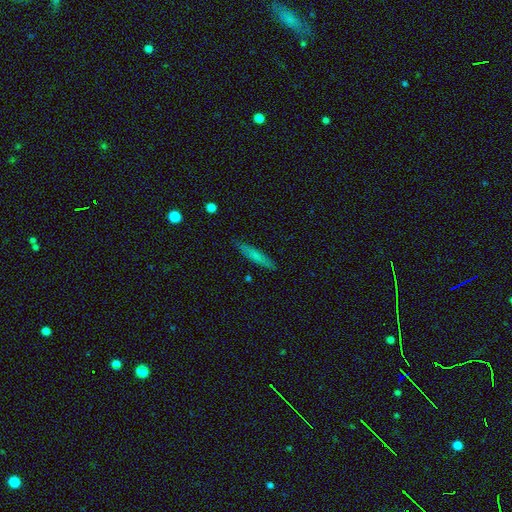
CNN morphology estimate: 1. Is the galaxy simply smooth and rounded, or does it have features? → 65% smooth, 28% featured or disk, 7% star or artifact.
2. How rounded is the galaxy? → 91% cigar-shaped, 7% in between, 2% round.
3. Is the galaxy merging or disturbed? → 88% none, 9% minor disturbance, 2% major disturbance, 1% merger.